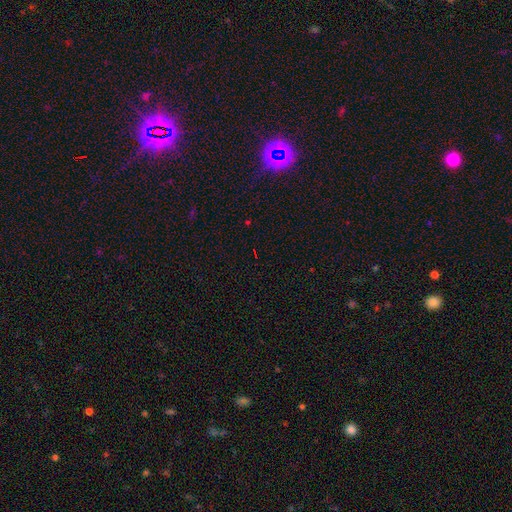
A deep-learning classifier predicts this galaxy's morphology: Smooth or featured? star or artifact (76%)